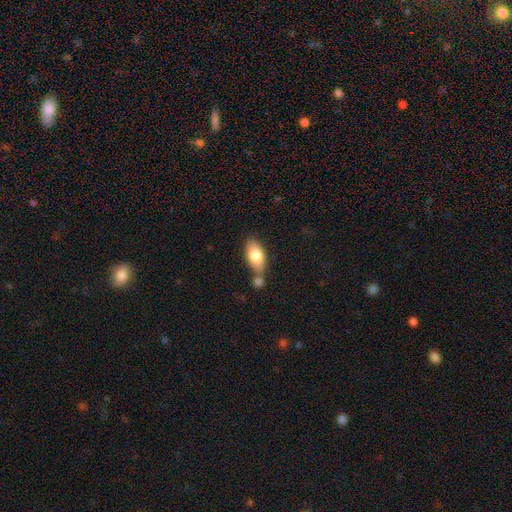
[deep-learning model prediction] smooth_or_featured: smooth (p=0.79) [alt: featured or disk p=0.14]
how_rounded: in between (p=0.91) [alt: cigar-shaped p=0.05]
merging: none (p=0.52) [alt: merger p=0.29]